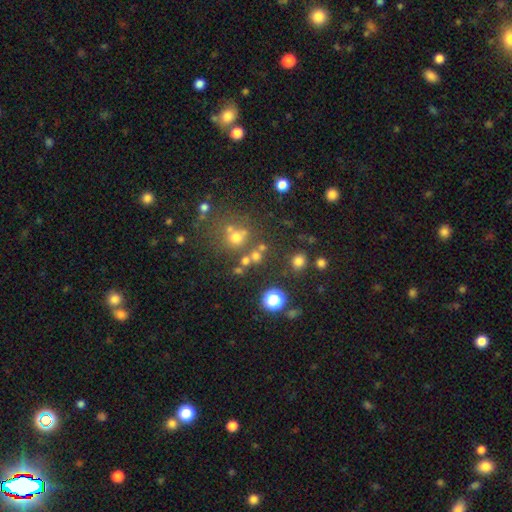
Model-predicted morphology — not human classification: This appears to be a smooth galaxy with no disk features (61%) that is round (85%). Merging: none (61%).